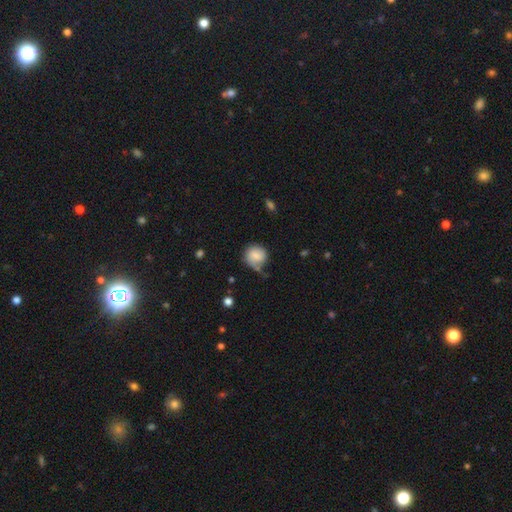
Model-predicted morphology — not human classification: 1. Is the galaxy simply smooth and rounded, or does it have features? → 74% smooth, 18% featured or disk, 8% star or artifact.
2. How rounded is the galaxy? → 83% round, 16% in between, 1% cigar-shaped.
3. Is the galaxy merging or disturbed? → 50% none, 29% minor disturbance, 16% major disturbance, 5% merger.